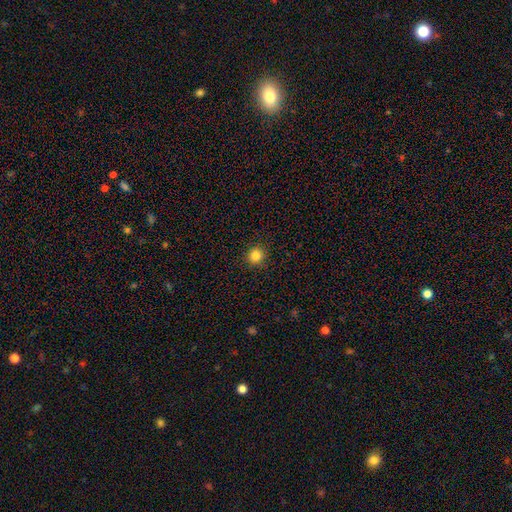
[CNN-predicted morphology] A smooth galaxy with no disk features (84%) that is round (91%).

Vote fractions:
- Smooth or featured? smooth: 84% / star or artifact: 12% / featured or disk: 4%
- How rounded? round: 91% / in between: 8% / cigar-shaped: 1%
- Merging? none: 91% / minor disturbance: 6% / major disturbance: 2% / merger: 1%